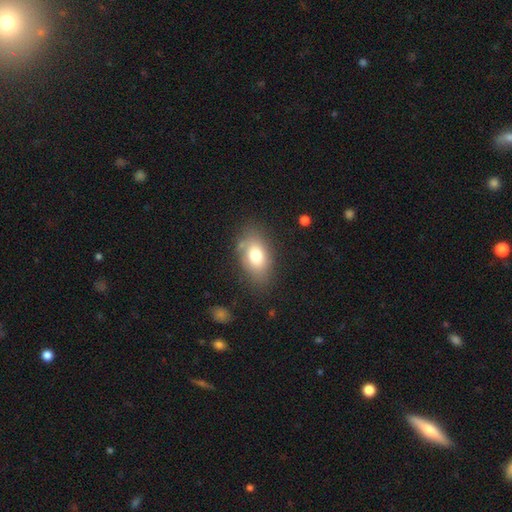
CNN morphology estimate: Smooth or featured: smooth — 75% (featured or disk — 16%)
How rounded: in between — 87% (round — 11%)
Merging: none — 73% (minor disturbance — 18%)